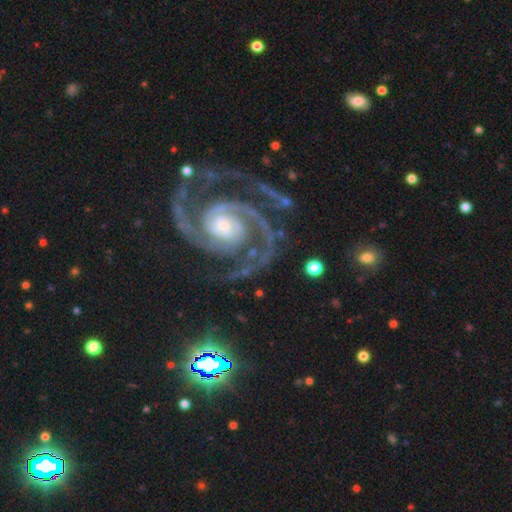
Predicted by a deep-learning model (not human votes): Morphology: type=featured or disk (93%); edge-on=no (98%); bar=no (56%); spiral arms=yes (99%); winding=tight (58%); arm count=2 (86%); bulge=moderate (49%); merging=none (77%).